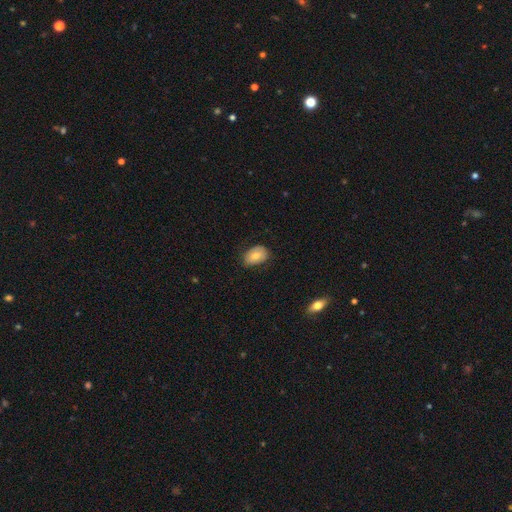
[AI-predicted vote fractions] Q: Smooth or featured?
A: smooth (73%); runner-up: featured or disk (19%)
Q: How rounded?
A: in between (82%); runner-up: round (17%)
Q: Merging?
A: none (71%); runner-up: minor disturbance (24%)